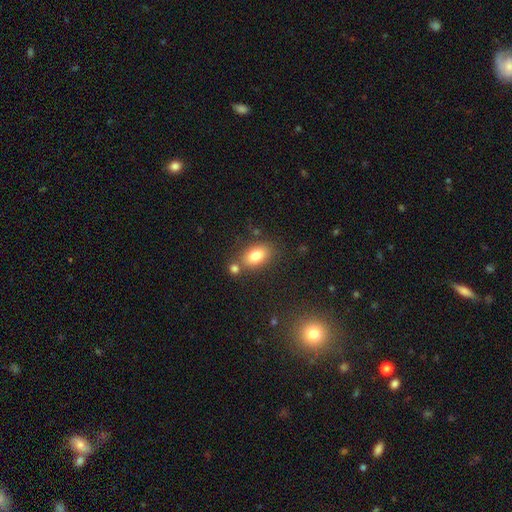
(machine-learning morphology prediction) Smooth or featured? smooth (80%)
How rounded? in between (86%)
Merging? none (69%)